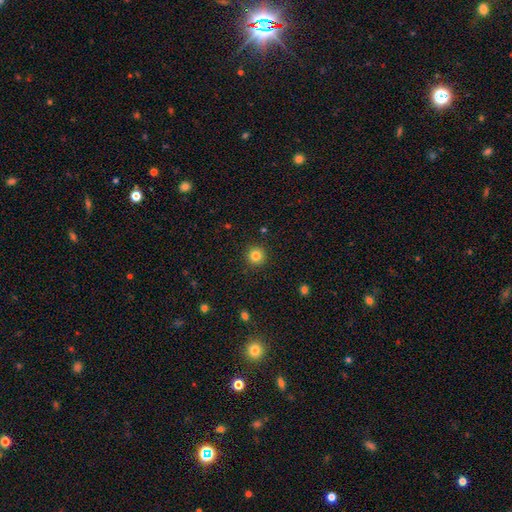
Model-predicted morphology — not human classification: This appears to be a smooth galaxy with no disk features (83%) that is round (95%). Merging: none (91%).